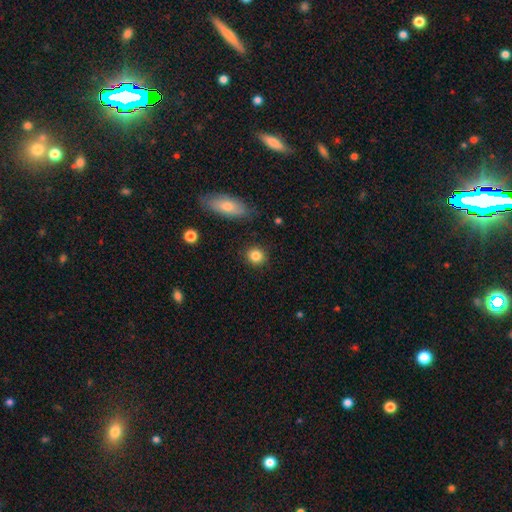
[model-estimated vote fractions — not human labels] A smooth galaxy with no disk features (85%) that is round (84%).

Vote fractions:
- Smooth or featured? smooth: 85% / star or artifact: 9% / featured or disk: 6%
- How rounded? round: 84% / in between: 15% / cigar-shaped: 1%
- Merging? none: 89% / minor disturbance: 7% / major disturbance: 2% / merger: 2%